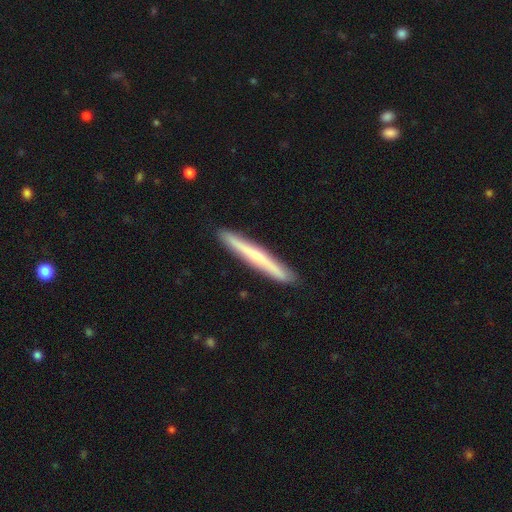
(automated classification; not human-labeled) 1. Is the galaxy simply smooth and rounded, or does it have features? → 48% featured or disk, 46% smooth, 5% star or artifact.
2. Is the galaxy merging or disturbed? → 91% none, 7% minor disturbance, 1% major disturbance, 1% merger.